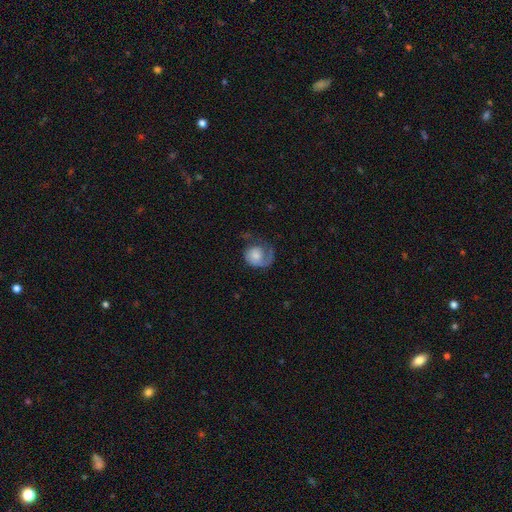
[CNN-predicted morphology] The model was most divided on "merging": none: 40%, major disturbance: 37%, minor disturbance: 21%, merger: 2%. More confident: edge-on disk — no (98%); smooth or featured — featured or disk (51%).